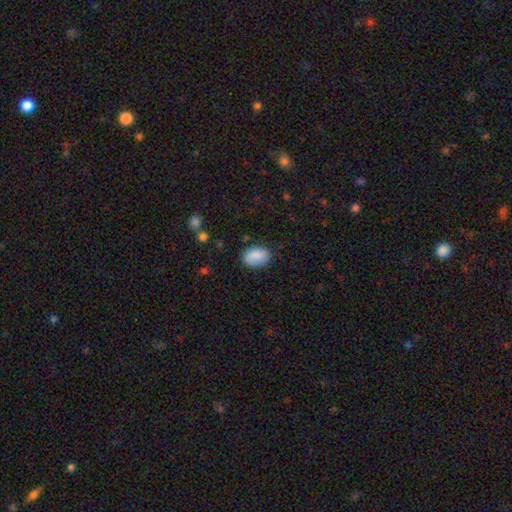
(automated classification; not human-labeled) Q: Smooth or featured?
A: smooth (88%); runner-up: star or artifact (7%)
Q: How rounded?
A: in between (84%); runner-up: round (15%)
Q: Merging?
A: none (79%); runner-up: minor disturbance (16%)